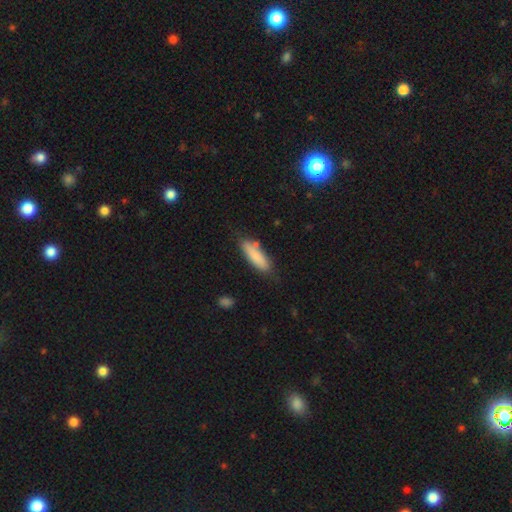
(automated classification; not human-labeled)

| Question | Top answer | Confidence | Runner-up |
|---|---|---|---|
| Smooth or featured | smooth | 84% | featured or disk (9%) |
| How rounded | cigar-shaped | 57% | in between (42%) |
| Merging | none | 77% | minor disturbance (16%) |